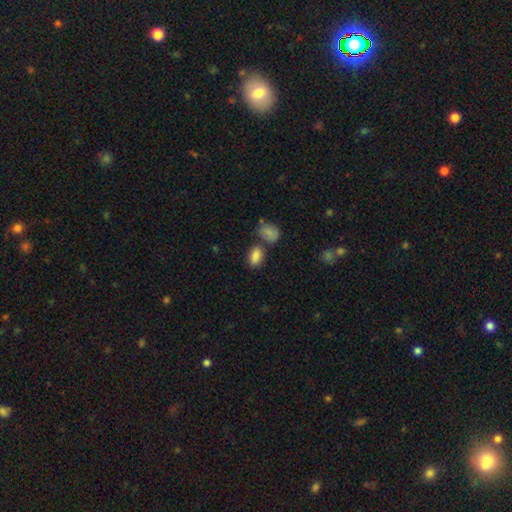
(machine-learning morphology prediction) Smooth or featured? smooth (86%)
How rounded? in between (89%)
Merging? none (64%)